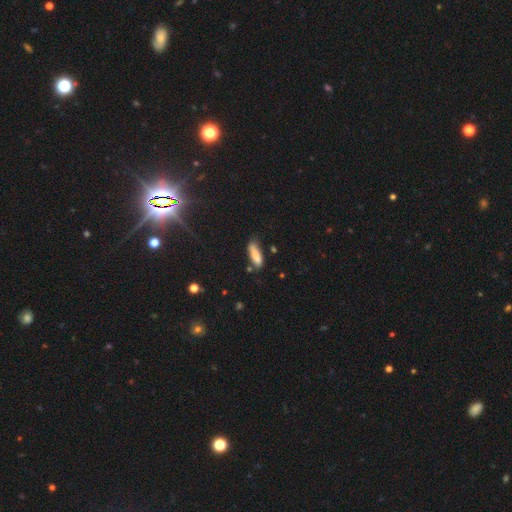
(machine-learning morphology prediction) Smooth or featured: smooth — 83% (featured or disk — 9%)
How rounded: cigar-shaped — 53% (in between — 45%)
Merging: none — 63% (minor disturbance — 26%)